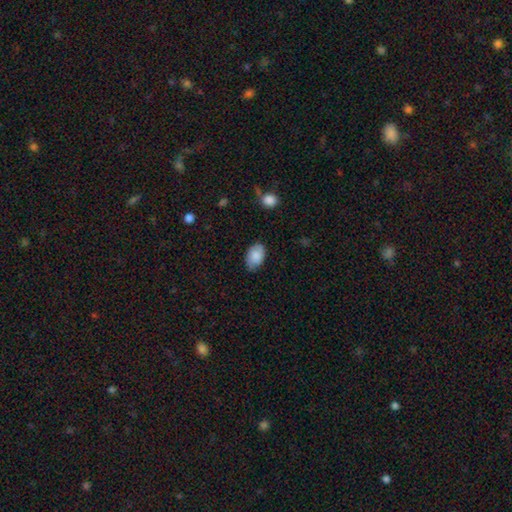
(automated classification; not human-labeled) Morphology: type=smooth (84%); roundness=in between (90%); merging=none (76%).